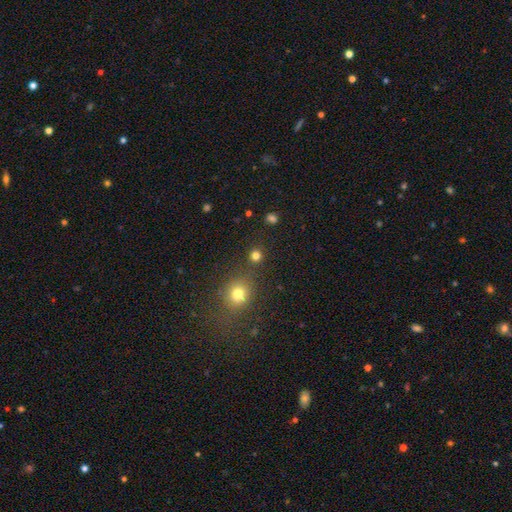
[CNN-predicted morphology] smooth_or_featured: smooth (p=0.77) [alt: star or artifact p=0.18]
how_rounded: round (p=0.92) [alt: in between p=0.07]
merging: none (p=0.83) [alt: merger p=0.08]